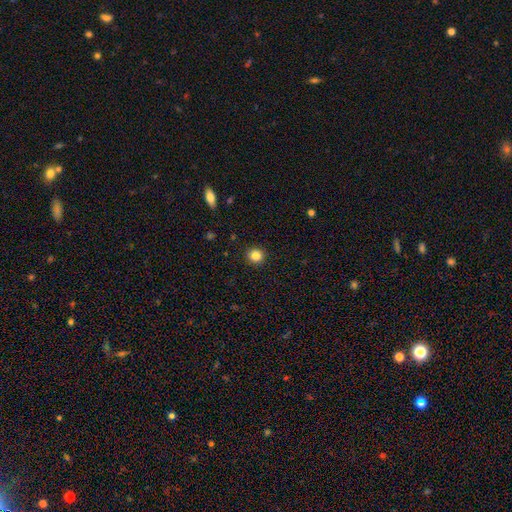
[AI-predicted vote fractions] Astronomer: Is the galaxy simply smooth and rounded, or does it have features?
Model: smooth — 84%.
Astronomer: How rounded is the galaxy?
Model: round — 93%.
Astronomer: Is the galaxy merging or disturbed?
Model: none — 93%.